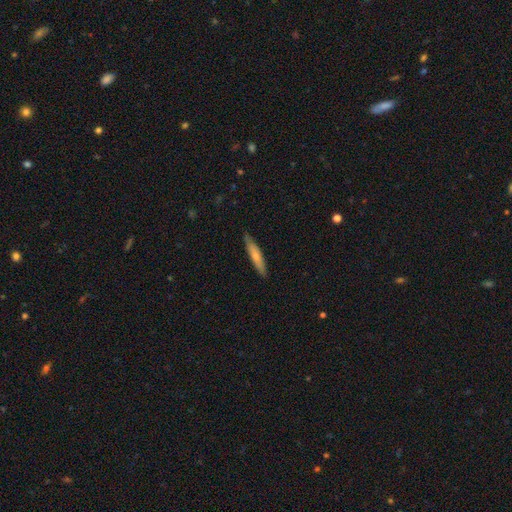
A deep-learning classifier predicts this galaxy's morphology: Smooth or featured: smooth — 67% (featured or disk — 28%)
How rounded: cigar-shaped — 89% (in between — 10%)
Merging: none — 85% (minor disturbance — 12%)